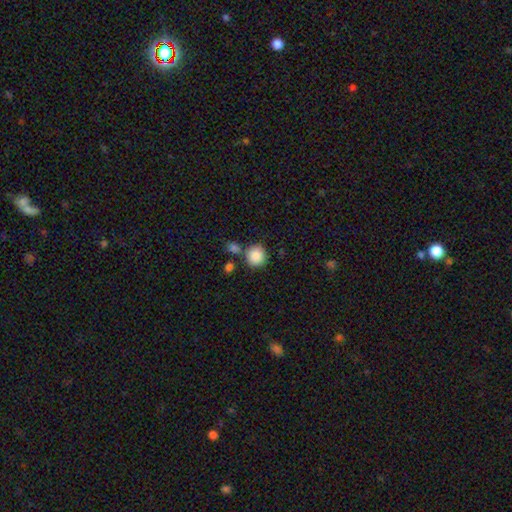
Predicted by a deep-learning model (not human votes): A smooth galaxy with no disk features (88%) that is round (90%). Merging: none (72%).